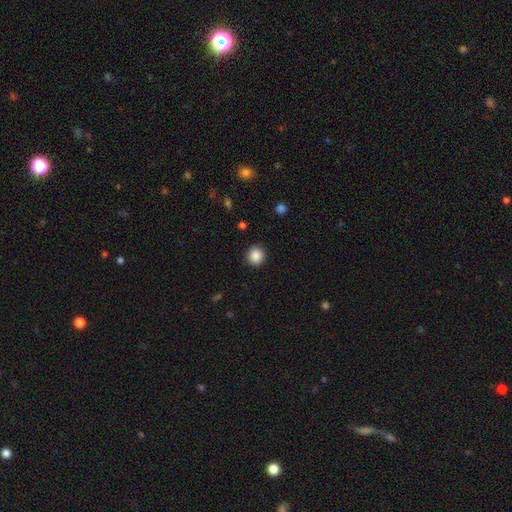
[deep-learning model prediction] Q: Smooth or featured?
A: smooth (87%); runner-up: star or artifact (10%)
Q: How rounded?
A: round (92%); runner-up: in between (7%)
Q: Merging?
A: none (91%); runner-up: minor disturbance (6%)